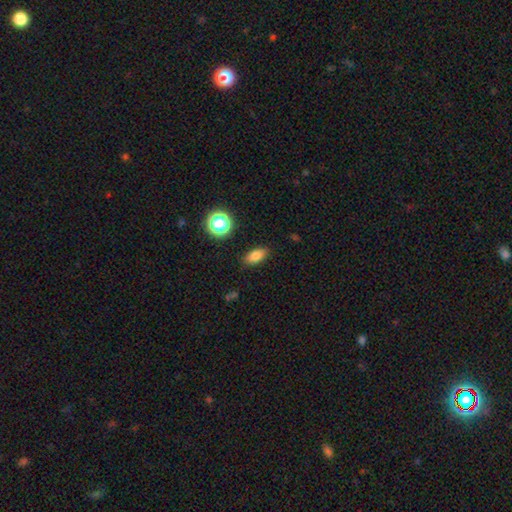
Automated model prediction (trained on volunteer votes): This appears to be a smooth galaxy with no disk features (80%) that is in between round and cigar-shaped (84%). Merging: none (86%).